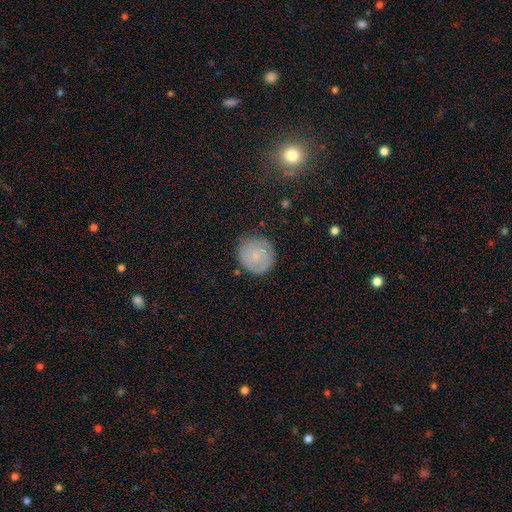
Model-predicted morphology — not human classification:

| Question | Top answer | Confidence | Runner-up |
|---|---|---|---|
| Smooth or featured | smooth | 60% | featured or disk (32%) |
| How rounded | round | 92% | in between (7%) |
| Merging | none | 84% | minor disturbance (12%) |